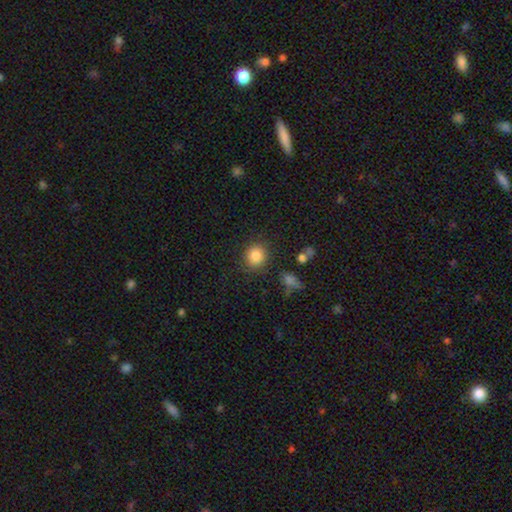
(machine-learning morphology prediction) smooth_or_featured: smooth (p=0.85) [alt: star or artifact p=0.10]
how_rounded: round (p=0.82) [alt: in between p=0.17]
merging: none (p=0.84) [alt: minor disturbance p=0.10]